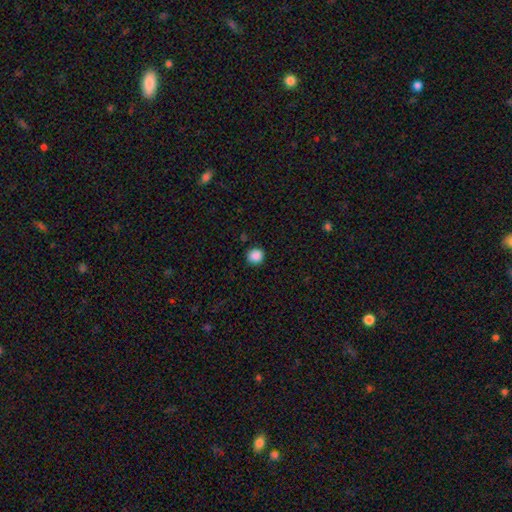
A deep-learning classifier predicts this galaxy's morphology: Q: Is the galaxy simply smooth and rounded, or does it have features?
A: smooth — 88%.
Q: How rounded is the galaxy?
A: round — 90%.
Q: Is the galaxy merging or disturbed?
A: none — 90%.